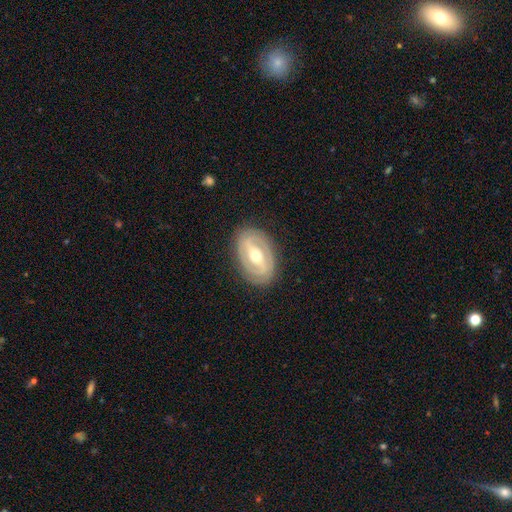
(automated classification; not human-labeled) Overall: featured or disk (79%). Edge-on disk: no (94%). Bar: strong (45%; weak 36%). Spiral arms: yes (76%). Spiral arm count: 2 (71%). Spiral winding: tight (64%; medium 27%). Bulge size: moderate (70%). Merging: none (84%).